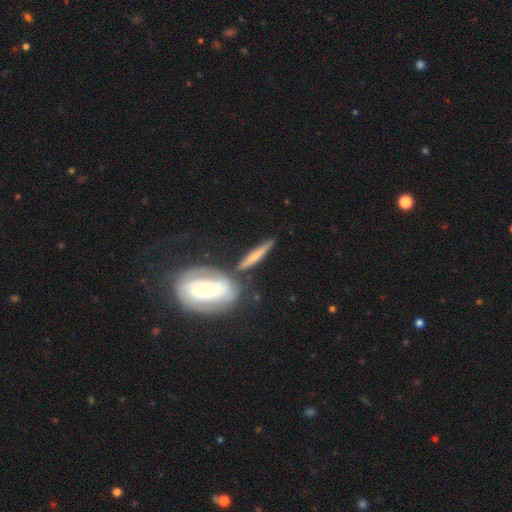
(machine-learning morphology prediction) The model was most divided on "smooth or featured": smooth: 48%, featured or disk: 46%, star or artifact: 6%. More confident: merging — none (65%).